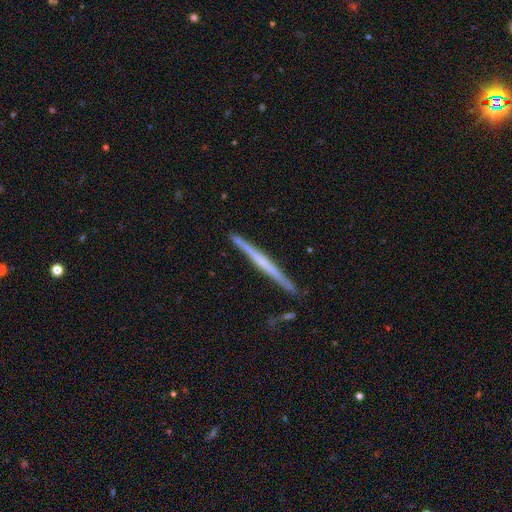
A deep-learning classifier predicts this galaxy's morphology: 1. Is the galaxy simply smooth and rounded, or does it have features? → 66% featured or disk, 28% smooth, 6% star or artifact.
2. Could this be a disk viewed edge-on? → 98% yes, 2% no.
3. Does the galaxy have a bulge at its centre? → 68% none, 25% rounded, 7% boxy.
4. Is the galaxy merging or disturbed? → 90% none, 7% minor disturbance, 1% merger, 1% major disturbance.